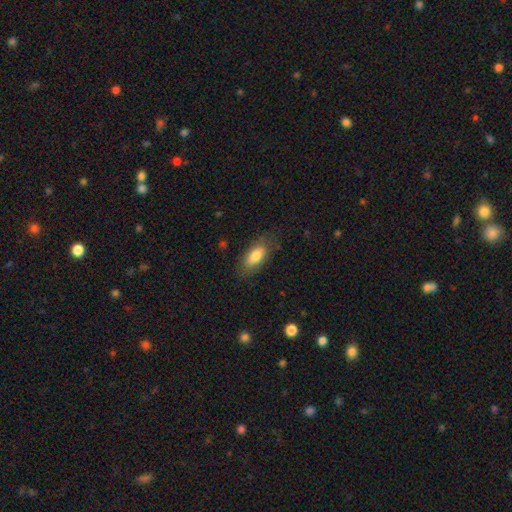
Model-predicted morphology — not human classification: Smooth or featured? smooth (77%)
How rounded? in between (86%)
Merging? none (75%)